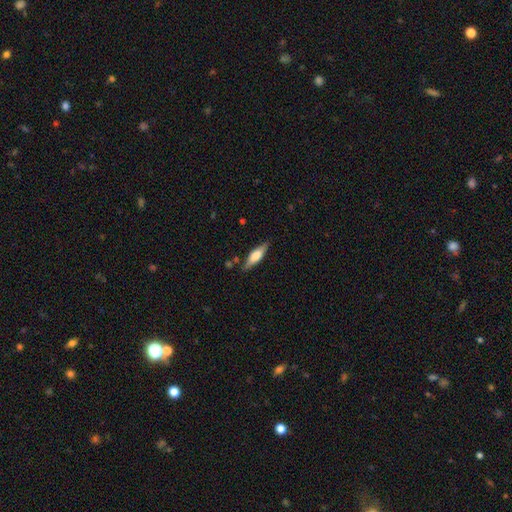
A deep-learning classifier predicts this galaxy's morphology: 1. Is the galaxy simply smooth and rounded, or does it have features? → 51% smooth, 43% featured or disk, 6% star or artifact.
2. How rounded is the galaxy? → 57% cigar-shaped, 41% in between, 2% round.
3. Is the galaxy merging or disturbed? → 83% none, 12% minor disturbance, 3% major disturbance, 2% merger.